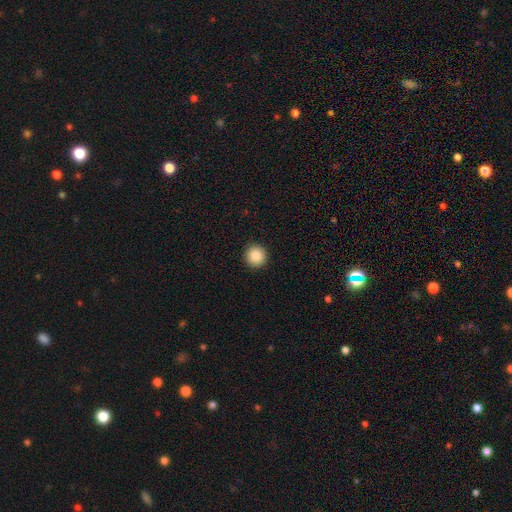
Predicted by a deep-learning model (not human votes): This appears to be a smooth galaxy with no disk features (87%) that is round (95%). Merging: none (93%).